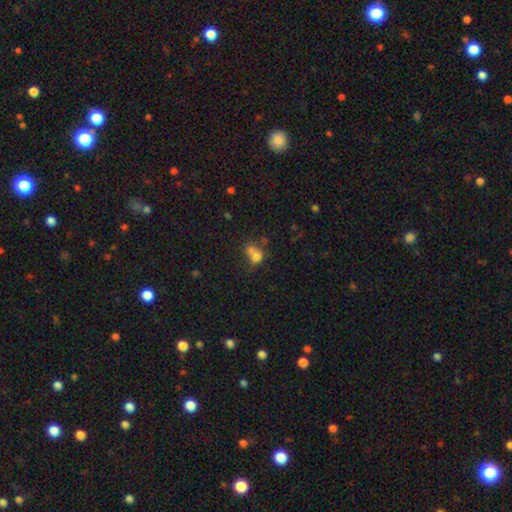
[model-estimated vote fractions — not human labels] This is likely a smooth galaxy (69%). How rounded: possibly round (57%). Merging: possibly merger (57%).